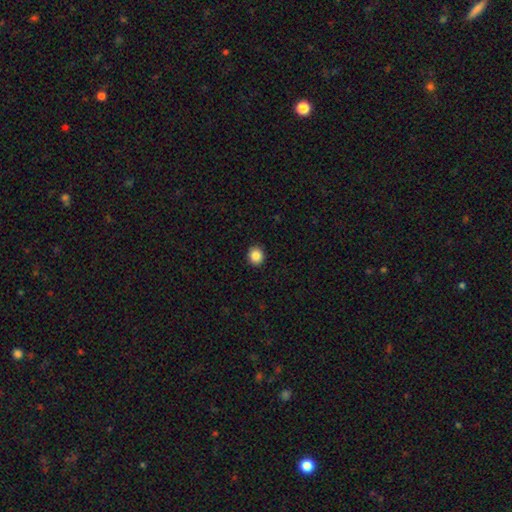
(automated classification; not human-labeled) Smooth or featured: smooth — 87% (star or artifact — 9%)
How rounded: round — 84% (in between — 15%)
Merging: none — 92% (minor disturbance — 5%)